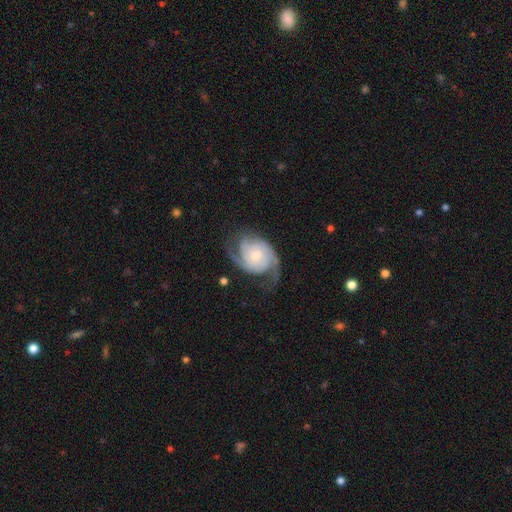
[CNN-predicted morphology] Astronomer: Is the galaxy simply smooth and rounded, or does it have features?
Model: featured or disk — 87%.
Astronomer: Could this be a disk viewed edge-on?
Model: no — 98%.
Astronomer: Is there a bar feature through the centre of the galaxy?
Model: no — 70%.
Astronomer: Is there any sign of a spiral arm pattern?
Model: yes — 97%.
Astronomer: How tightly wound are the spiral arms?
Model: medium — 46% (runner-up: tight, 31%).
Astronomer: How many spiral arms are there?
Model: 2 — 75%.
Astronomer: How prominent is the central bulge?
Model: small — 52% (runner-up: moderate, 34%).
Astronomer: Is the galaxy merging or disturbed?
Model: none — 66%.